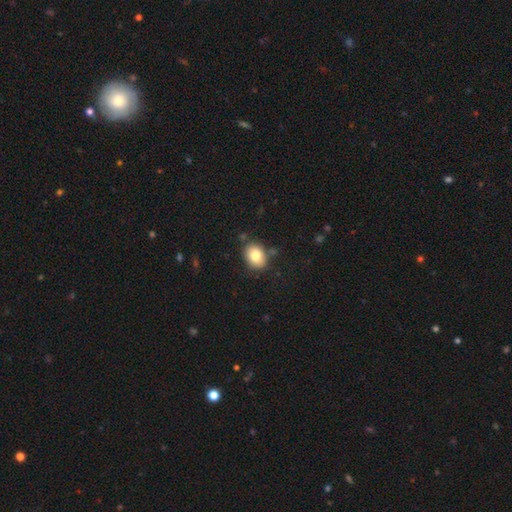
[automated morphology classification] Smooth or featured?
  - smooth: 80% *
  - featured or disk: 11%
  - star or artifact: 9%
How rounded?
  - in between: 62% *
  - round: 37%
  - cigar-shaped: 1%
Merging?
  - none: 80% *
  - minor disturbance: 13%
  - merger: 4%
  - major disturbance: 3%